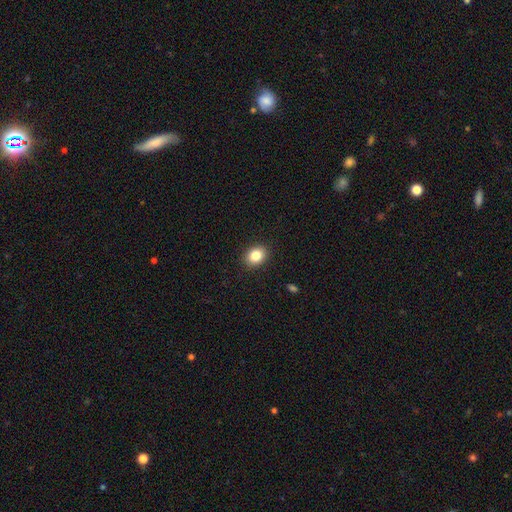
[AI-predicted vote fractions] Smooth or featured?
  - smooth: 84% *
  - star or artifact: 9%
  - featured or disk: 6%
How rounded?
  - in between: 54% *
  - round: 45%
  - cigar-shaped: 1%
Merging?
  - none: 90% *
  - minor disturbance: 7%
  - major disturbance: 2%
  - merger: 1%